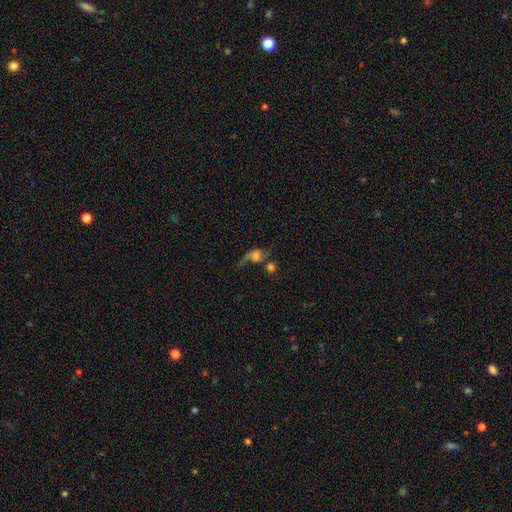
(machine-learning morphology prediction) Smooth or featured?
  - featured or disk: 54% *
  - smooth: 33%
  - star or artifact: 13%
Edge-on disk?
  - no: 94% *
  - yes: 6%
Bar?
  - no: 65% *
  - weak: 29%
  - strong: 7%
Spiral arms?
  - yes: 84% *
  - no: 16%
Bulge size?
  - moderate: 31% *
  - large: 23%
  - small: 21%
  - none: 18%
  - dominant: 6%
Merging?
  - none: 30% * (tied)
  - merger: 30% * (tied)
  - major disturbance: 25%
  - minor disturbance: 15%